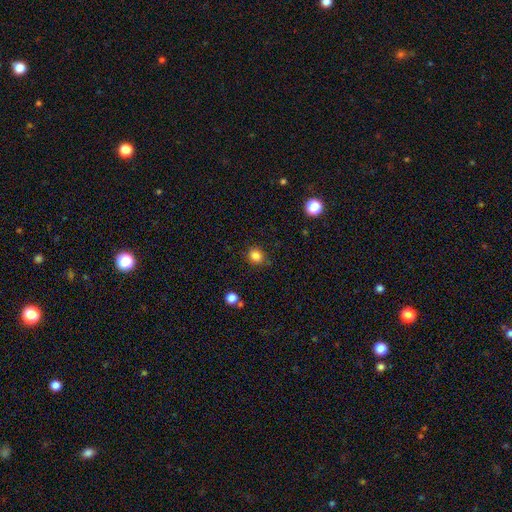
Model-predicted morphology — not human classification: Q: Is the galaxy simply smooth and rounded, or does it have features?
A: smooth — 84%.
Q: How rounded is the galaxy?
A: round — 81%.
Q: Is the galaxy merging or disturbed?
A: none — 83%.